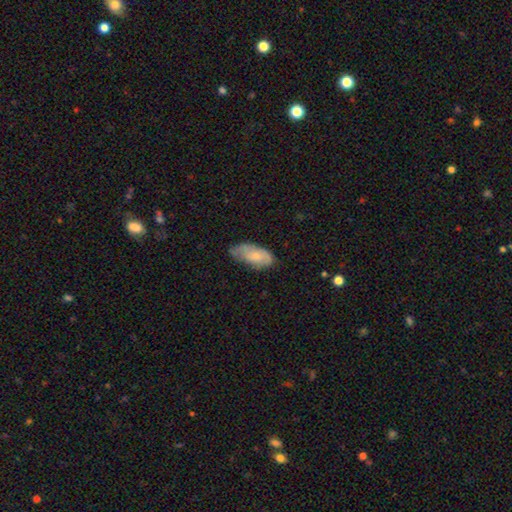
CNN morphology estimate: Smooth or featured? smooth (69%)
How rounded? in between (90%)
Merging? none (45%)